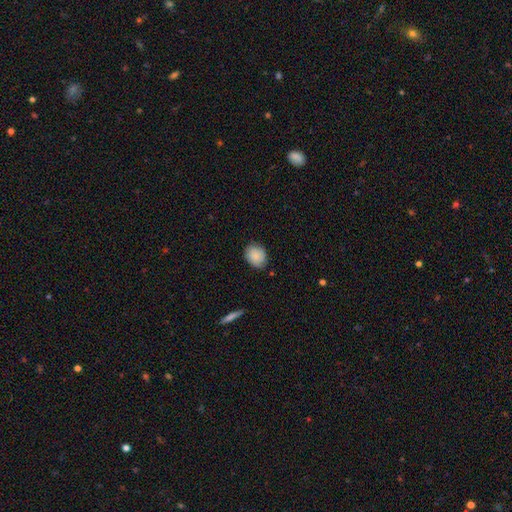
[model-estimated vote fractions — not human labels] The model was most divided on "how rounded": in between: 50%, round: 49%, cigar-shaped: 1%. More confident: smooth or featured — smooth (82%); merging — none (78%).